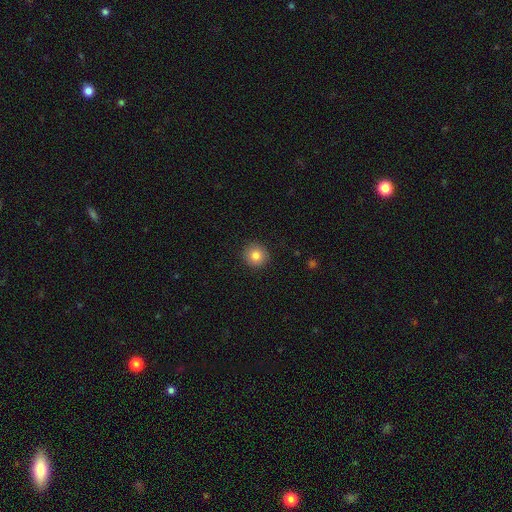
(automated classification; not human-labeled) A smooth galaxy with no disk features (83%) that is round (94%).

Vote fractions:
- Smooth or featured? smooth: 83% / star or artifact: 10% / featured or disk: 8%
- How rounded? round: 94% / in between: 5% / cigar-shaped: 1%
- Merging? none: 92% / minor disturbance: 6% / major disturbance: 2% / merger: 1%